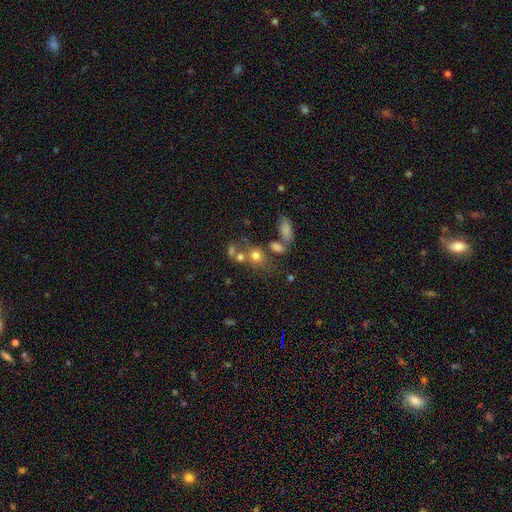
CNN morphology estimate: type=smooth (70%); roundness=round (65%); merging=none (47%).